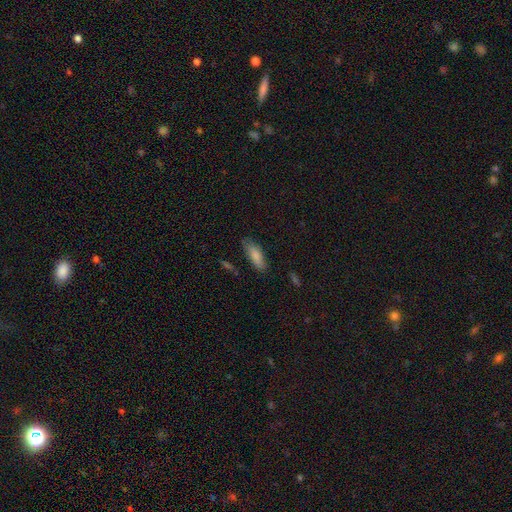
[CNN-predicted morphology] Smooth or featured?
  - smooth: 83% *
  - featured or disk: 11%
  - star or artifact: 7%
How rounded?
  - in between: 65% *
  - cigar-shaped: 33%
  - round: 2%
Merging?
  - none: 76% *
  - minor disturbance: 18%
  - major disturbance: 4%
  - merger: 2%